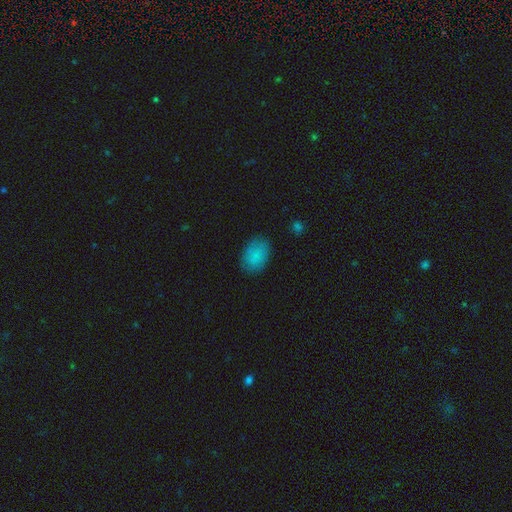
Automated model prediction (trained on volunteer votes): Q: Smooth or featured?
A: smooth (83%); runner-up: featured or disk (9%)
Q: How rounded?
A: in between (81%); runner-up: round (17%)
Q: Merging?
A: none (81%); runner-up: minor disturbance (15%)